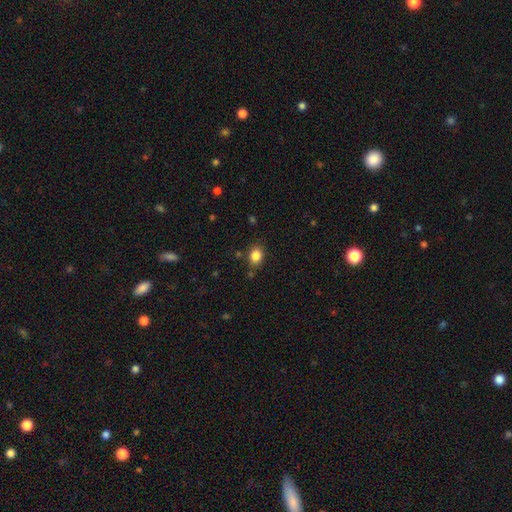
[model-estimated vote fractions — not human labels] smooth-or-featured: smooth: 85% | star or artifact: 10% | featured or disk: 5%
  how-rounded: in between: 58% | round: 41% | cigar-shaped: 1%
  merging: none: 80% | minor disturbance: 13% | major disturbance: 3% | merger: 3%